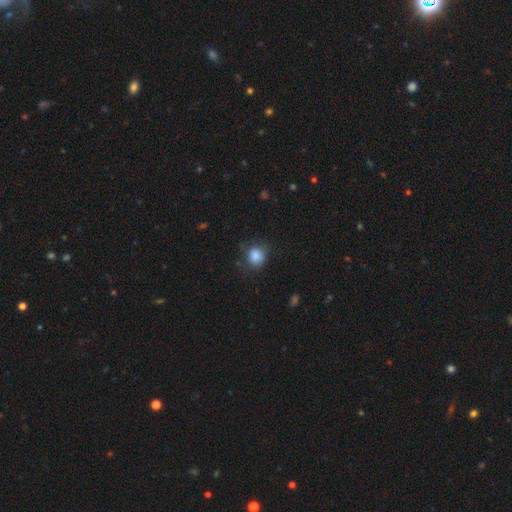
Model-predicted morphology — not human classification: This is clearly a smooth galaxy (85%). How rounded: clearly round (82%). Merging: likely none (69%).